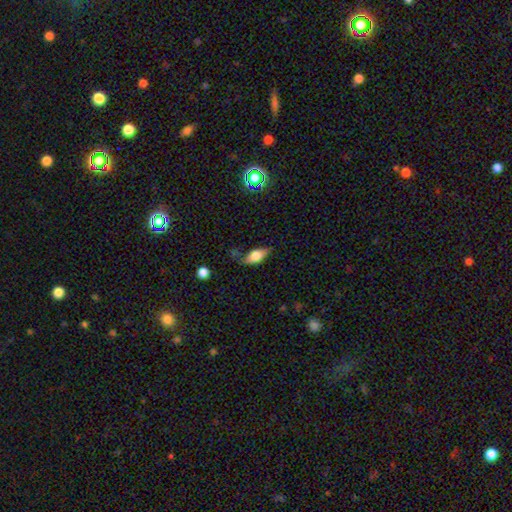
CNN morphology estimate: Smooth or featured?
  - smooth: 66% *
  - featured or disk: 25%
  - star or artifact: 9%
How rounded?
  - in between: 83% *
  - cigar-shaped: 12%
  - round: 5%
Merging?
  - none: 63% *
  - minor disturbance: 25%
  - major disturbance: 8%
  - merger: 4%